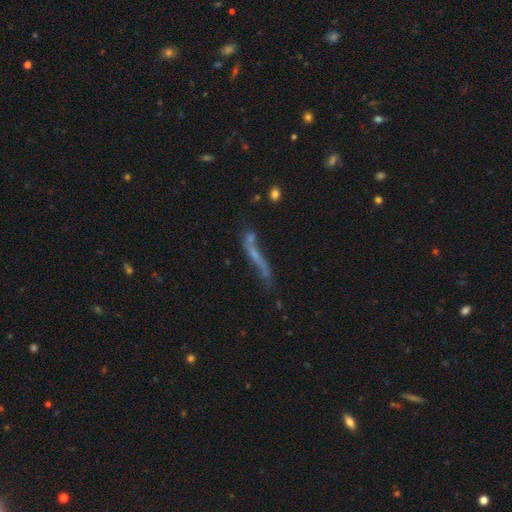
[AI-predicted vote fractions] featured or disk 59%, smooth 30%, star or artifact 12%. Down the decision tree: edge-on disk — no (51%); merging — none (43%).